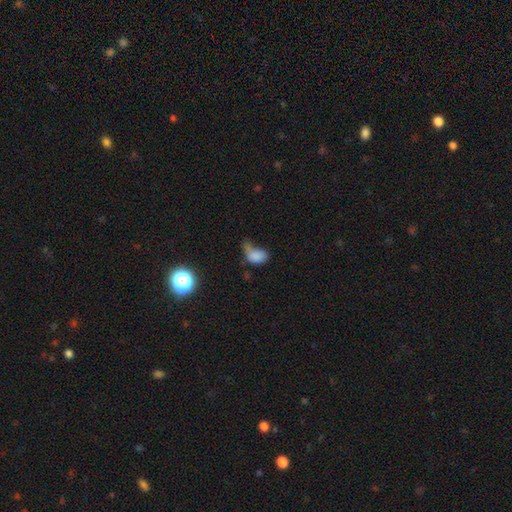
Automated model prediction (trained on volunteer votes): The model was most divided on "merging" (2-way tie): major disturbance: 30%, minor disturbance: 30%, none: 25%, merger: 15%. More confident: how rounded — in between (81%); smooth or featured — smooth (77%).